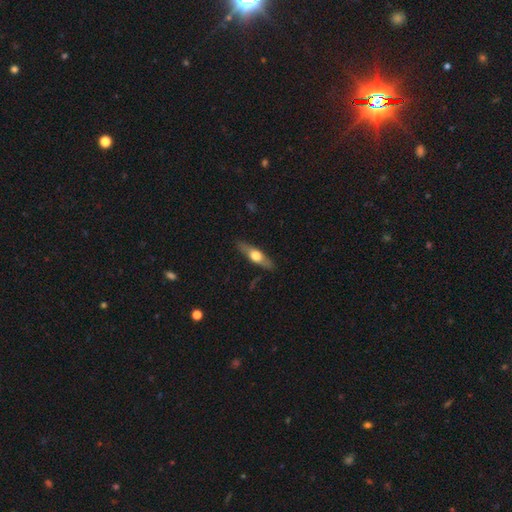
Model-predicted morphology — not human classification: smooth_or_featured: featured or disk (p=0.53) [alt: smooth p=0.41]
disk_edge_on: yes (p=0.90) [alt: no p=0.10]
merging: none (p=0.86) [alt: minor disturbance p=0.10]